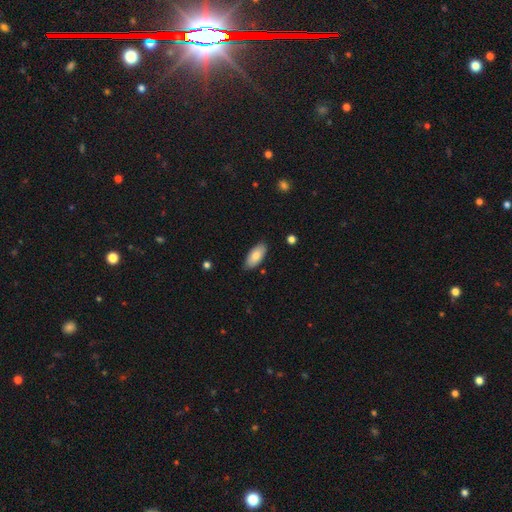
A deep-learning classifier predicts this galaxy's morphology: Overall: smooth (78%). How rounded: in between (91%). Merging: none (86%).